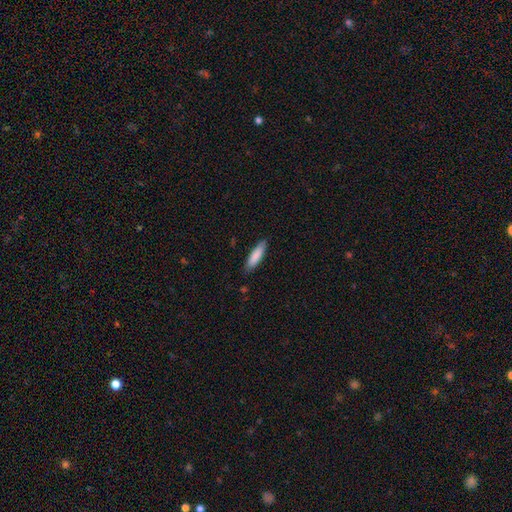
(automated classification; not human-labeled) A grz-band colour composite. It shows a smooth galaxy with no disk features (85%) that is cigar-shaped (70%). Merging: none (85%).